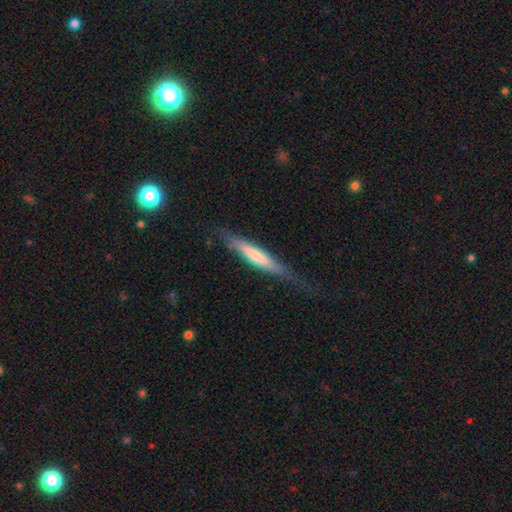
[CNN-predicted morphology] This is possibly a featured or disk galaxy (52%). It is clearly viewed edge-on (90%). Merging: likely none (66%).